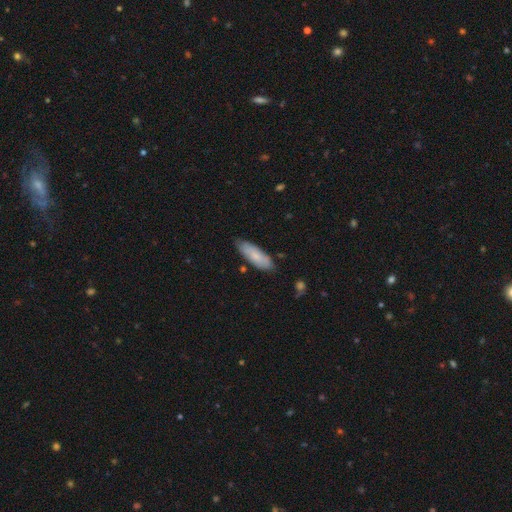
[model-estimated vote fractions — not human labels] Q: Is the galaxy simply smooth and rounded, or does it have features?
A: smooth — 76%.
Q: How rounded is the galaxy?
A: in between — 61%.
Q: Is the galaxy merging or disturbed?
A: none — 78%.